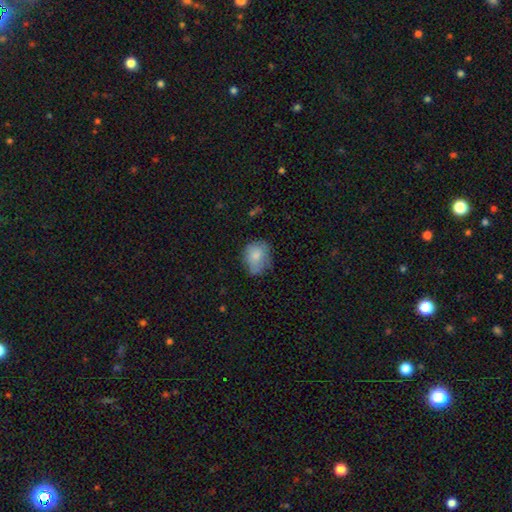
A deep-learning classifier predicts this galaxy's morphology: This is likely a smooth galaxy (78%). How rounded: possibly round (56%). Merging: possibly none (55%).